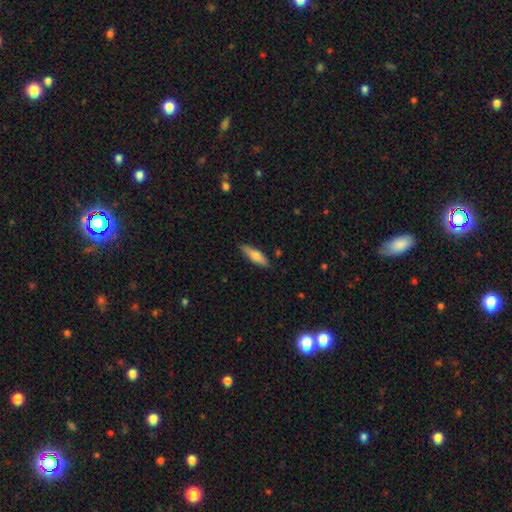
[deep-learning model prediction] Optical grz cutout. It shows a smooth galaxy with no disk features (70%) that is cigar-shaped (60%). Merging: none (84%).